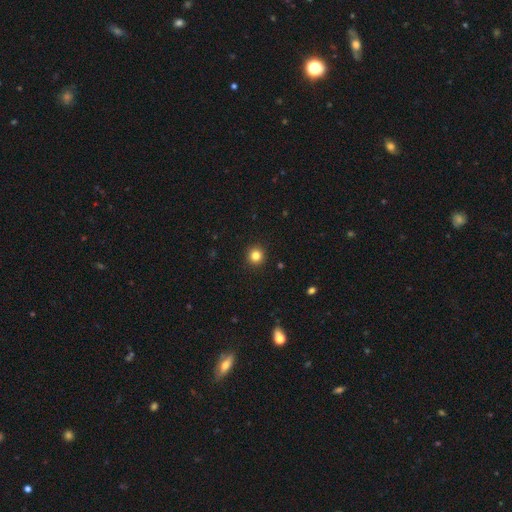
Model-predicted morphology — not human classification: Smooth or featured?
  - smooth: 83% *
  - star or artifact: 12%
  - featured or disk: 5%
How rounded?
  - round: 94% *
  - in between: 5%
  - cigar-shaped: 1%
Merging?
  - none: 93% *
  - minor disturbance: 4%
  - major disturbance: 2%
  - merger: 1%